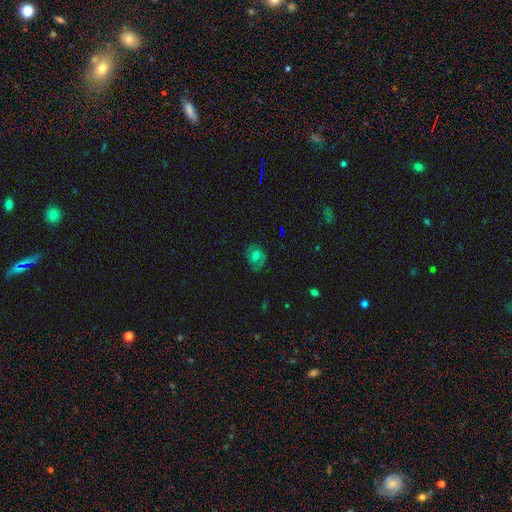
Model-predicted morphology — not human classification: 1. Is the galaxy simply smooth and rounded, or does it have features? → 44% featured or disk, 40% smooth, 16% star or artifact.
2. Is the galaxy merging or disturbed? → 72% none, 19% minor disturbance, 8% major disturbance, 1% merger.